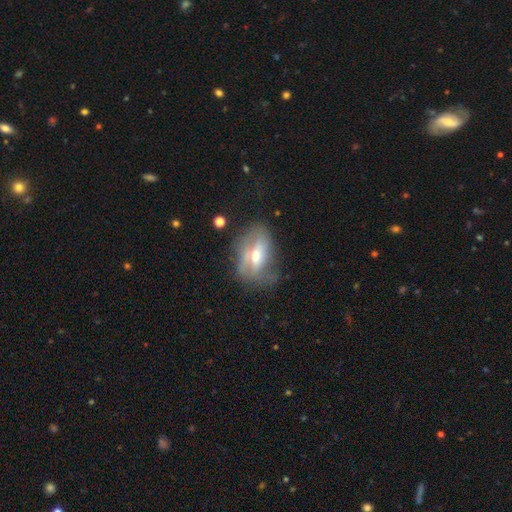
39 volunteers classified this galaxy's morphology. Volunteers were most divided on "merging": minor disturbance: 39%, none: 34%, major disturbance: 24%, merger: 3%. More confident: bar — no (73%); edge-on disk — no (62%); smooth or featured — featured or disk (62%); spiral arms — no (60%); bulge size — moderate (53%).